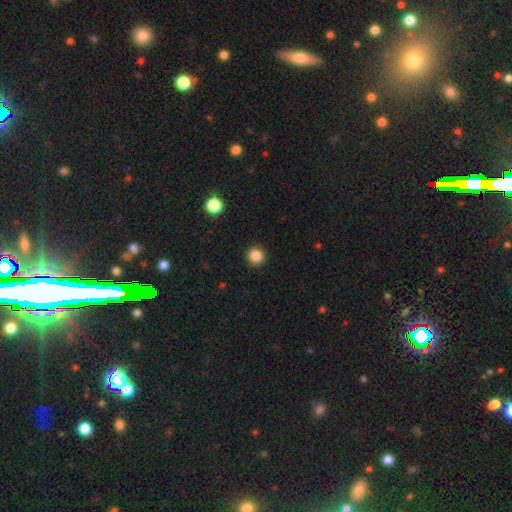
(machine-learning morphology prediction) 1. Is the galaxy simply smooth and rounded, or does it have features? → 86% smooth, 11% star or artifact, 3% featured or disk.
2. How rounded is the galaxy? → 92% round, 7% in between, 1% cigar-shaped.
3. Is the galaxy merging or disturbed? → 91% none, 6% minor disturbance, 2% major disturbance, 1% merger.